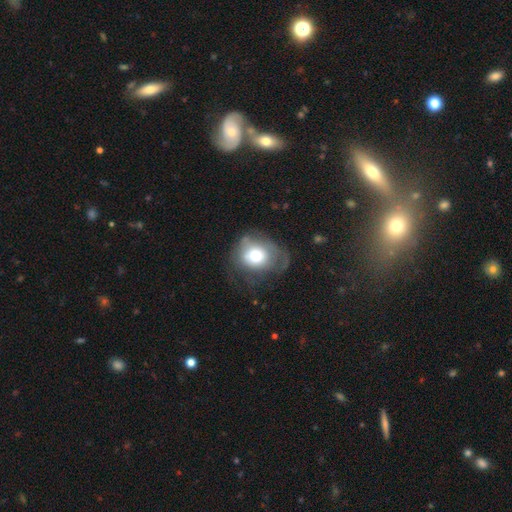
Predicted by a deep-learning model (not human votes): Smooth or featured: smooth — 64% (featured or disk — 26%)
How rounded: round — 68% (in between — 31%)
Merging: none — 43% (minor disturbance — 28%)